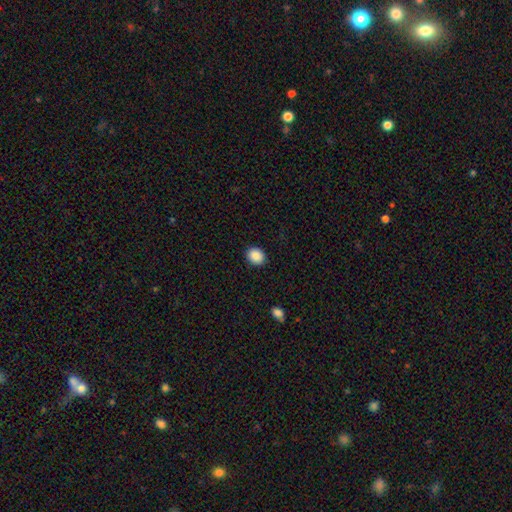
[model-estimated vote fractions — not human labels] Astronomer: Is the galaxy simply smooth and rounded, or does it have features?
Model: smooth — 89%.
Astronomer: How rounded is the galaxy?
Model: round — 61% (runner-up: in between, 38%).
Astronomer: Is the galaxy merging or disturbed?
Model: none — 91%.